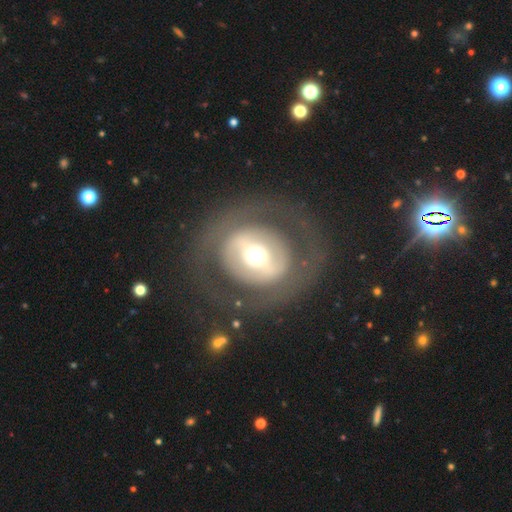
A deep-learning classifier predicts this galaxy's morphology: featured or disk 61%, smooth 32%, star or artifact 7%. Down the decision tree: edge-on disk — no (94%); bar — strong (37%); spiral arms — no (81%); bulge size — moderate (63%); merging — none (76%).